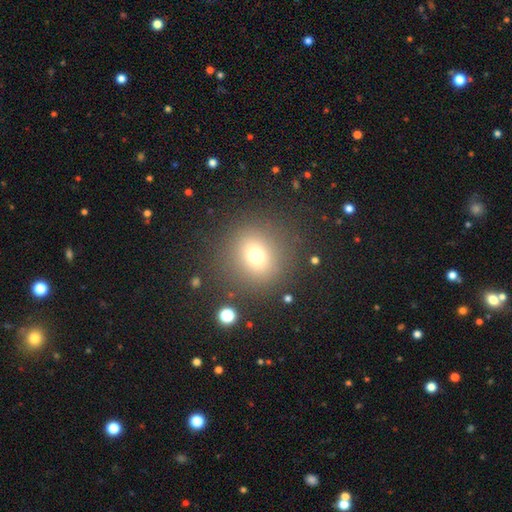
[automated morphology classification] type=smooth (70%); roundness=round (87%); merging=none (85%).